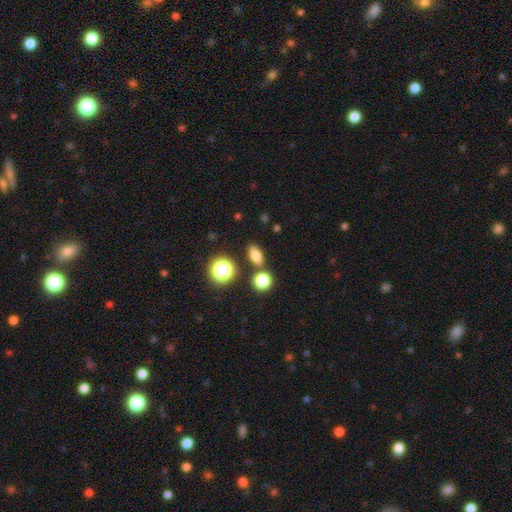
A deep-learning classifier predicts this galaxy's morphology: This is likely a smooth galaxy (72%). How rounded: likely in between (70%). Merging: likely none (79%).